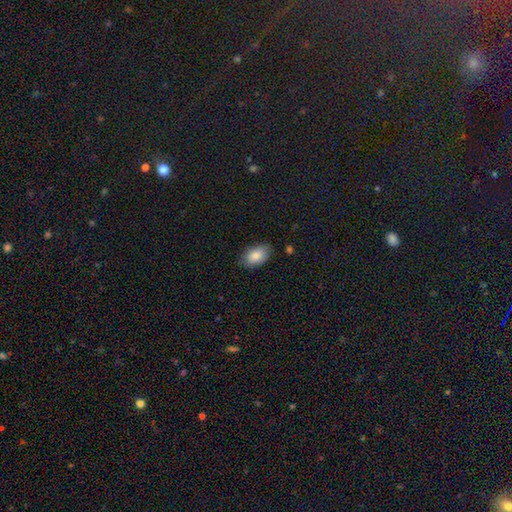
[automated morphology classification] Overall: smooth (87%). How rounded: in between (92%). Merging: none (82%).